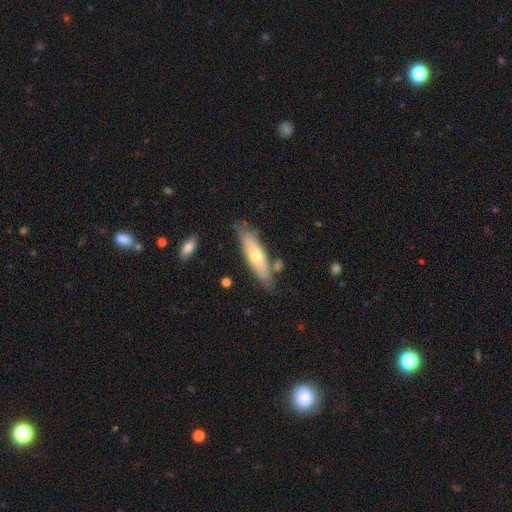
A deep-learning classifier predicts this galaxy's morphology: Smooth or featured? smooth (56%)
How rounded? cigar-shaped (67%)
Merging? none (75%)